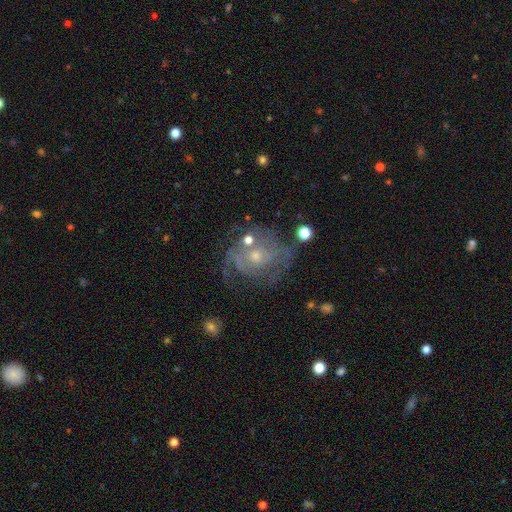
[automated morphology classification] This appears to be a featured or disk galaxy (75%) with no bar (76%), tight (51%) spiral arms (83%) and a small central bulge (59%). Merging: none (57%).